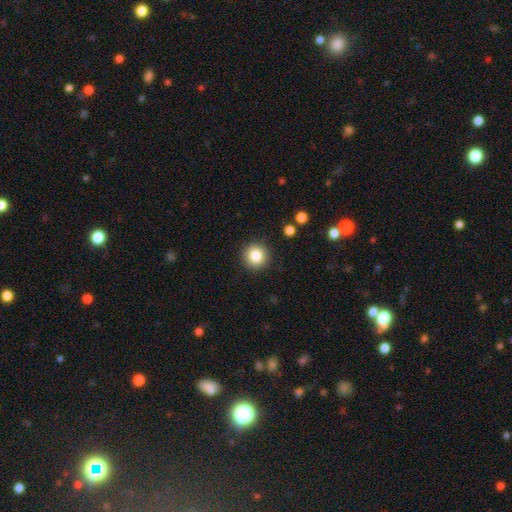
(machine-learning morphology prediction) smooth 84%, star or artifact 10%, featured or disk 6%. Down the decision tree: how rounded — round (94%); merging — none (90%).